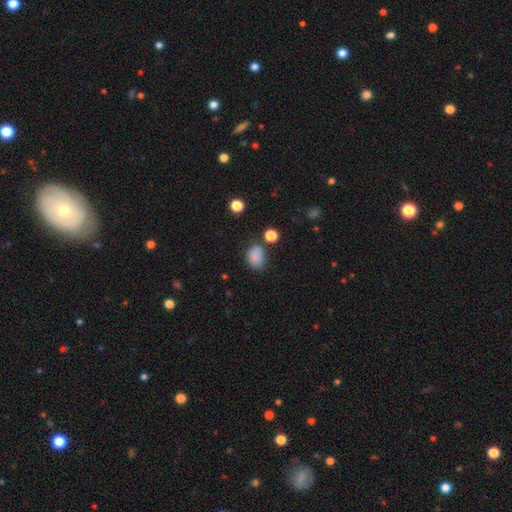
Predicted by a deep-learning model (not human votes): Overall: smooth (84%). How rounded: in between (68%; round 31%). Merging: none (66%).